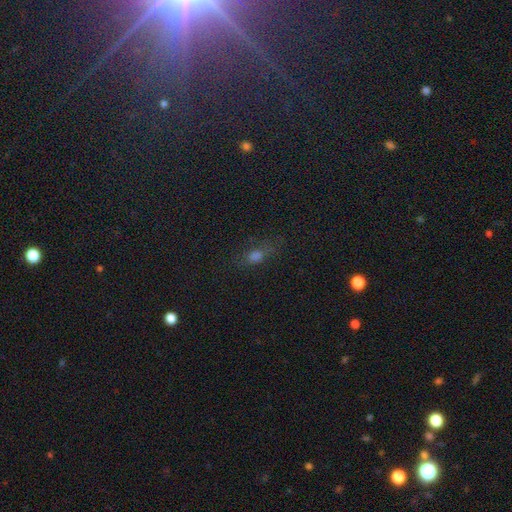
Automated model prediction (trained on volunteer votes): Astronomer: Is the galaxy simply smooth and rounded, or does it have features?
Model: smooth — 54% (runner-up: star or artifact, 30%).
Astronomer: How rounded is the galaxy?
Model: in between — 60%.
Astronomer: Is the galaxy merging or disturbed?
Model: none — 67%.